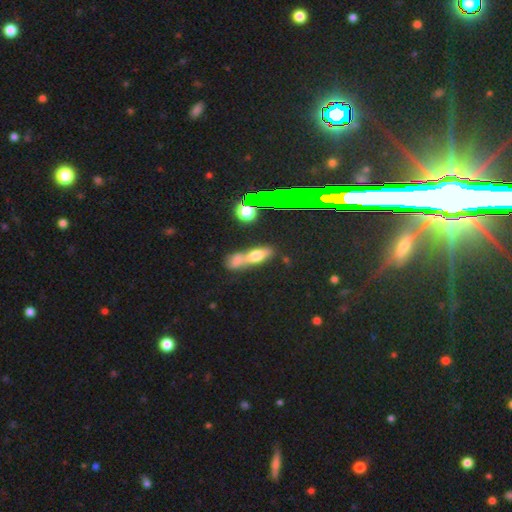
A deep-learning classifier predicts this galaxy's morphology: This appears to be a smooth galaxy with no disk features (58%) that is in between round and cigar-shaped (50%). Merging: merger (41%).